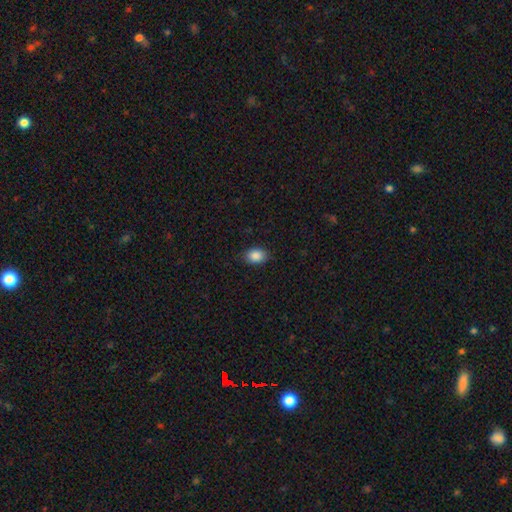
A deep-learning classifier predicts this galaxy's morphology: smooth-or-featured: smooth: 88% | star or artifact: 8% | featured or disk: 4%
  how-rounded: in between: 76% | round: 23% | cigar-shaped: 1%
  merging: none: 86% | minor disturbance: 11% | major disturbance: 2% | merger: 1%